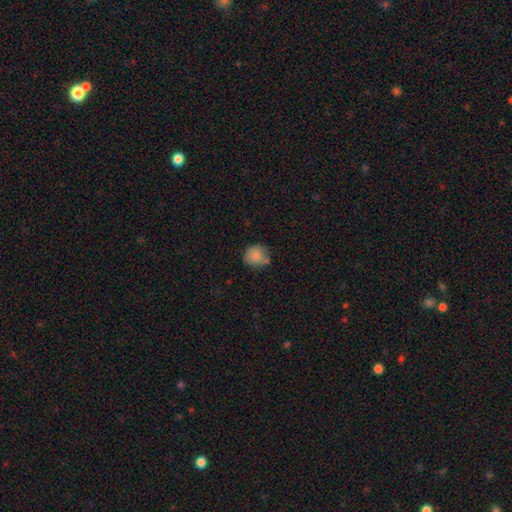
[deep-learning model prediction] This appears to be a smooth galaxy with no disk features (84%) that is round (85%). Merging: none (67%).